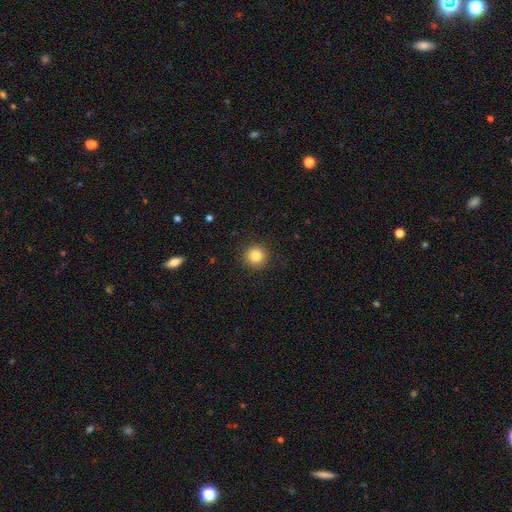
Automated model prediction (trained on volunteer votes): Q: Smooth or featured?
A: smooth (84%); runner-up: star or artifact (10%)
Q: How rounded?
A: round (94%); runner-up: in between (5%)
Q: Merging?
A: none (91%); runner-up: minor disturbance (6%)